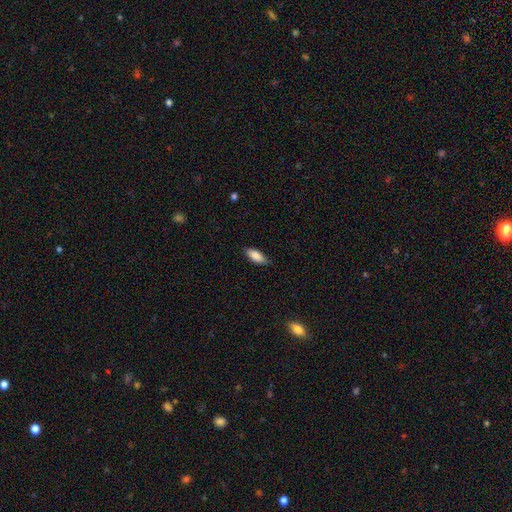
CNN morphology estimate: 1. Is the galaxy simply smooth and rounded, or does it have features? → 87% smooth, 7% featured or disk, 6% star or artifact.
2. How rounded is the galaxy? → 81% in between, 17% cigar-shaped, 2% round.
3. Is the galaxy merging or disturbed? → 82% none, 14% minor disturbance, 2% major disturbance, 1% merger.